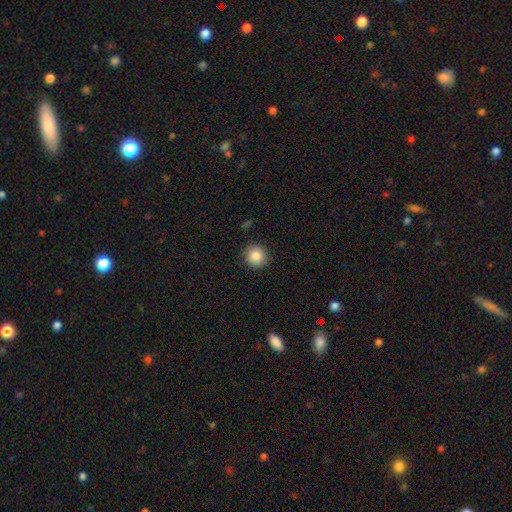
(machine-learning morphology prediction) Smooth or featured?
  - smooth: 87% *
  - star or artifact: 9%
  - featured or disk: 4%
How rounded?
  - round: 92% *
  - in between: 7%
  - cigar-shaped: 1%
Merging?
  - none: 90% *
  - minor disturbance: 7%
  - major disturbance: 2%
  - merger: 1%